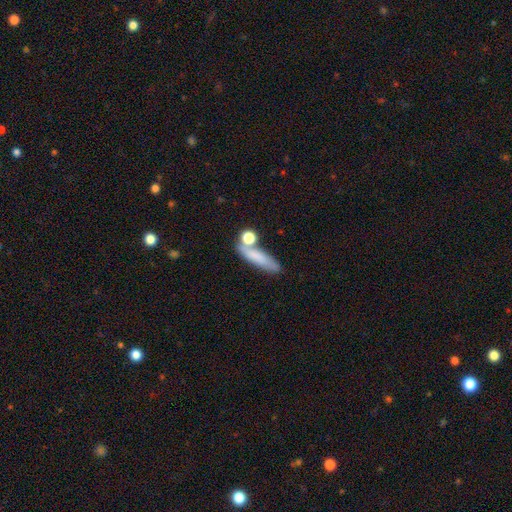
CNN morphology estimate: Overall: smooth (73%). How rounded: cigar-shaped (64%; in between 28%). Merging: none (57%; merger 20%).